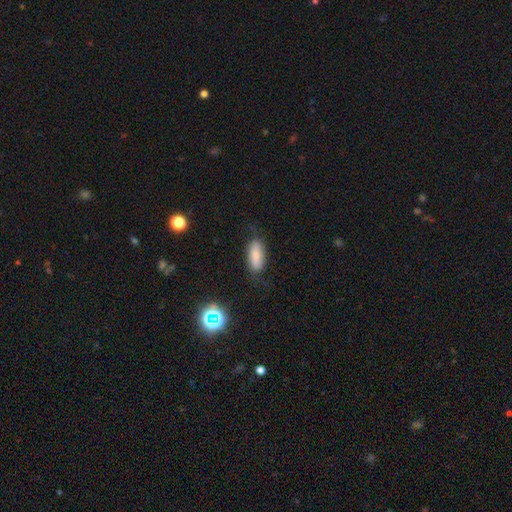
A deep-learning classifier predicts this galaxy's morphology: This is likely a smooth galaxy (74%). How rounded: likely in between (79%). Merging: likely none (72%).